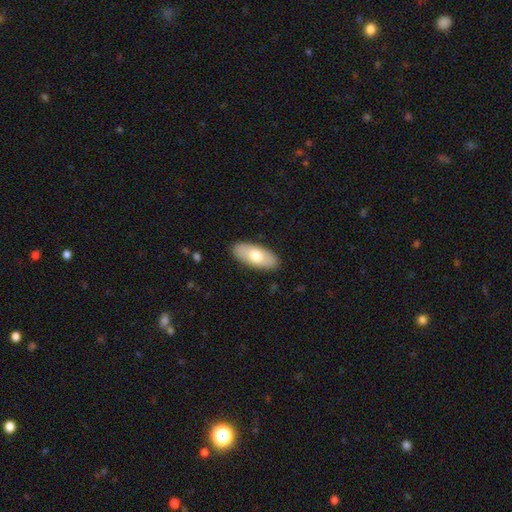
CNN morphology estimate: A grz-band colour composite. It shows a smooth galaxy with no disk features (69%) that is in between round and cigar-shaped (89%). Merging: none (89%).